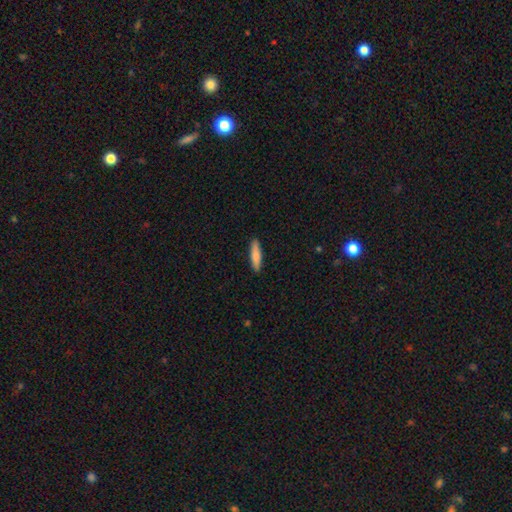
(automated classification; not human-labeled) Morphology: type=smooth (80%); roundness=cigar-shaped (76%); merging=none (91%).